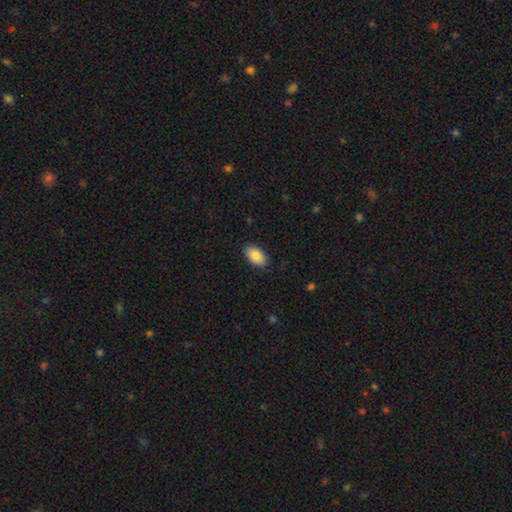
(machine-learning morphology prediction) This appears to be a smooth galaxy with no disk features (85%) that is in between round and cigar-shaped (92%). Merging: none (88%).